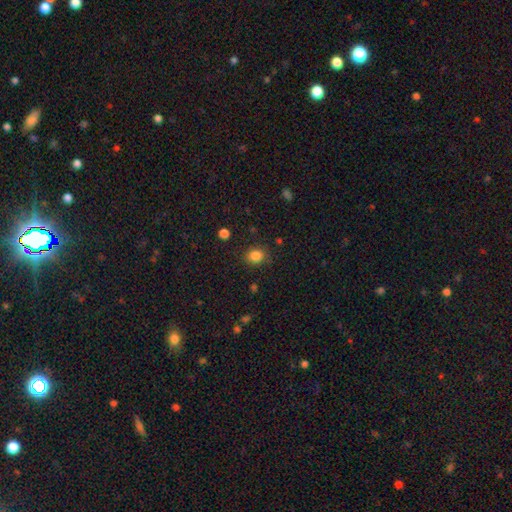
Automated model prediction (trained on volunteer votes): This is clearly a smooth galaxy (84%). How rounded: likely round (65%). Merging: clearly none (84%).